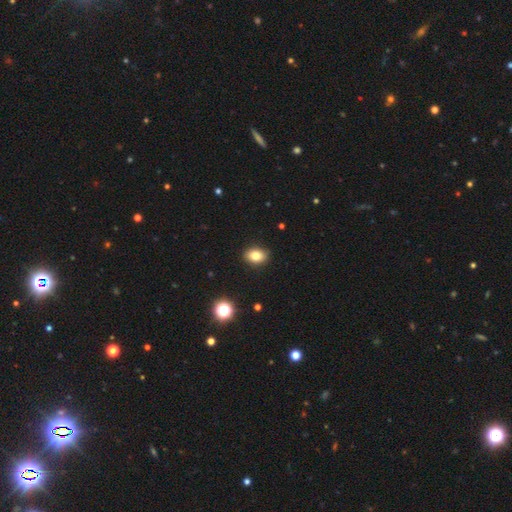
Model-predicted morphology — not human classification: A smooth galaxy with no disk features (81%) that is in between round and cigar-shaped (74%).

Vote fractions:
- Smooth or featured? smooth: 81% / star or artifact: 11% / featured or disk: 8%
- How rounded? in between: 74% / round: 24% / cigar-shaped: 1%
- Merging? none: 89% / minor disturbance: 8% / major disturbance: 2% / merger: 1%